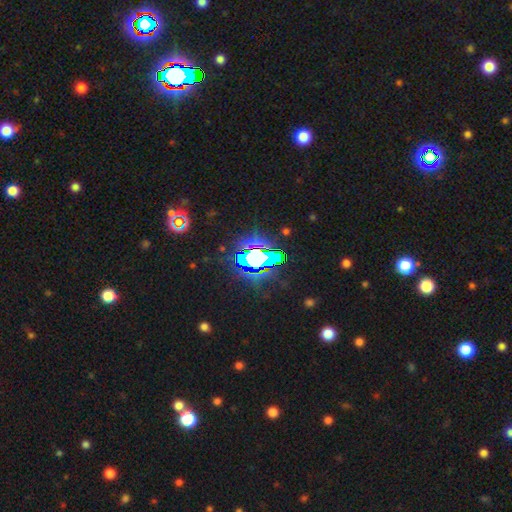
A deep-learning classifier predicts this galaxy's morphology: A star or artifact, not a galaxy (70%).

Vote fractions:
- Smooth or featured? star or artifact: 70% / smooth: 16% / featured or disk: 15%